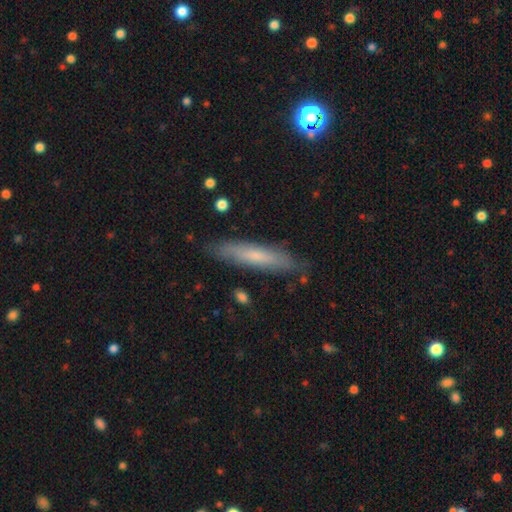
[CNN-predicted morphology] This is likely a smooth galaxy (62%). How rounded: clearly cigar-shaped (87%). Merging: clearly none (83%).